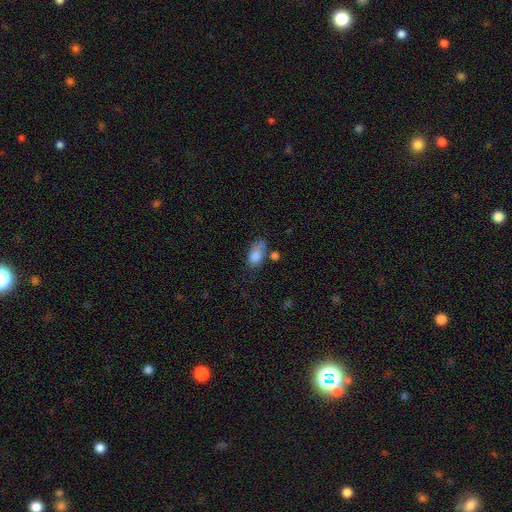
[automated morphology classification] type=smooth (80%); roundness=in between (88%); merging=none (41%).